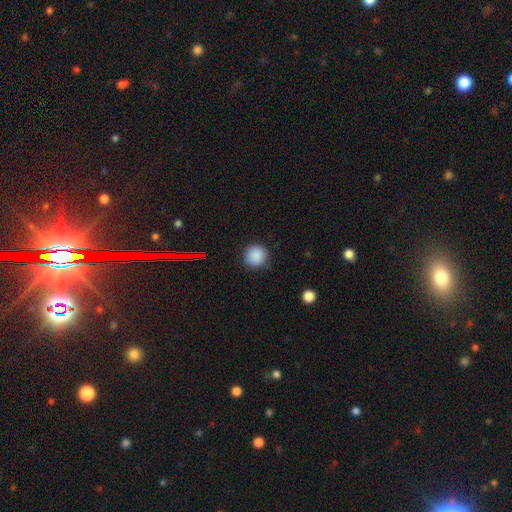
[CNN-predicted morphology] smooth-or-featured: smooth: 87% | star or artifact: 10% | featured or disk: 3%
  how-rounded: round: 94% | in between: 5% | cigar-shaped: 1%
  merging: none: 87% | minor disturbance: 10% | major disturbance: 3% | merger: 1%